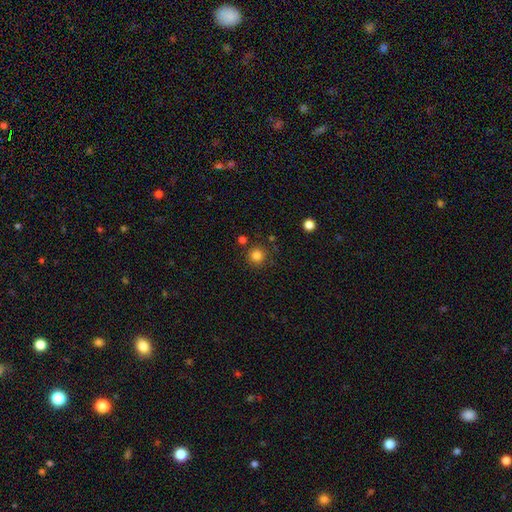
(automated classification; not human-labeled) This is clearly a smooth galaxy (83%). How rounded: clearly round (95%). Merging: clearly none (85%).